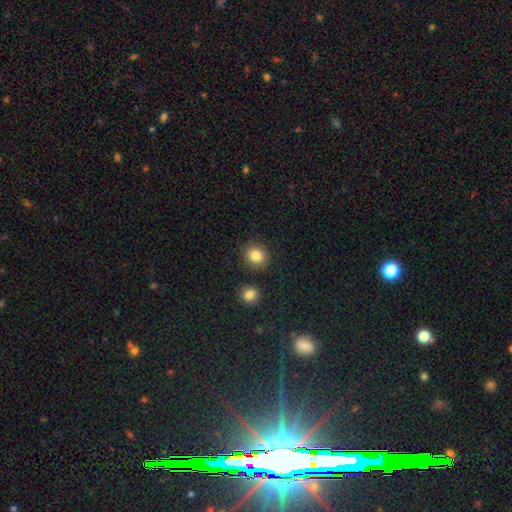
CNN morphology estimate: smooth_or_featured: smooth (p=0.86) [alt: star or artifact p=0.09]
how_rounded: round (p=0.73) [alt: in between p=0.26]
merging: none (p=0.83) [alt: minor disturbance p=0.09]